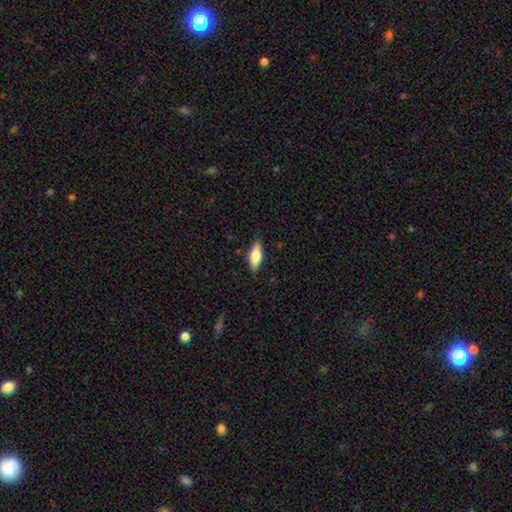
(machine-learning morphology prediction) The model was most divided on "smooth or featured": smooth: 69%, featured or disk: 24%, star or artifact: 7%. More confident: merging — none (85%); how rounded — in between (76%).